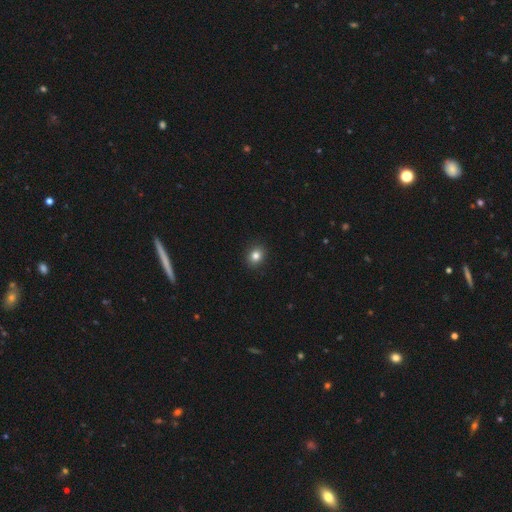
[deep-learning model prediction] Smooth or featured?
  - smooth: 83% *
  - star or artifact: 11%
  - featured or disk: 6%
How rounded?
  - round: 69% *
  - in between: 30%
  - cigar-shaped: 1%
Merging?
  - none: 91% *
  - minor disturbance: 6%
  - major disturbance: 2%
  - merger: 1%